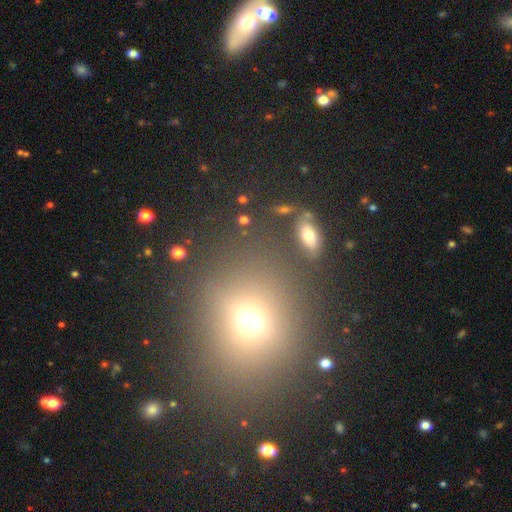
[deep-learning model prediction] The model was most divided on "smooth or featured": smooth: 54%, star or artifact: 33%, featured or disk: 12%. More confident: merging — none (80%); how rounded — round (71%).